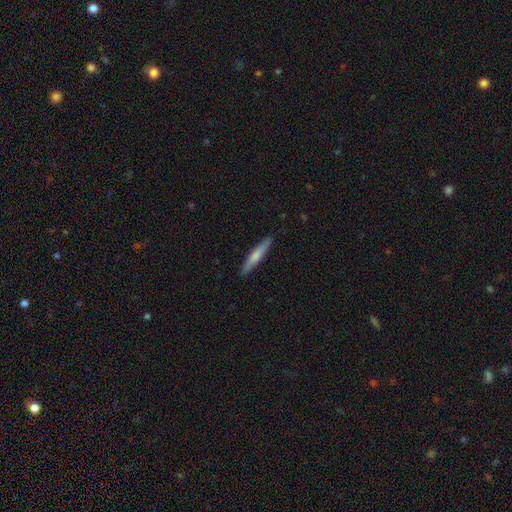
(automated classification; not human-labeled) Overall: smooth (60%; featured or disk 35%). How rounded: cigar-shaped (93%). Merging: none (90%).